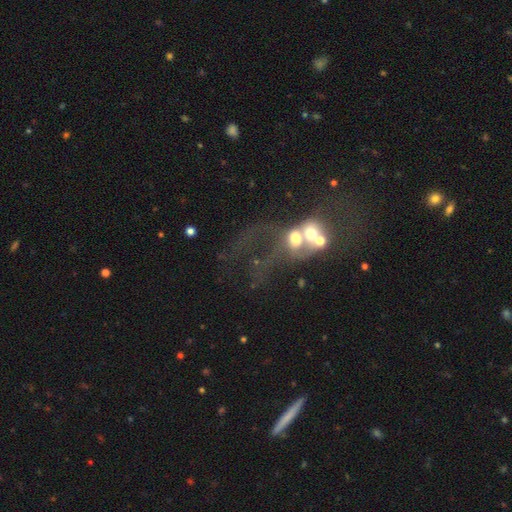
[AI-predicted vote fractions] A featured or disk galaxy (45%). Merging: merger (44%).